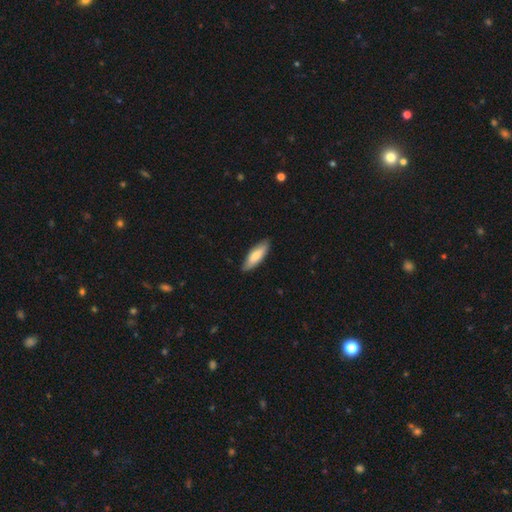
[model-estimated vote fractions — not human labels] This is likely a smooth galaxy (78%). How rounded: possibly in between (58%). Merging: clearly none (85%).